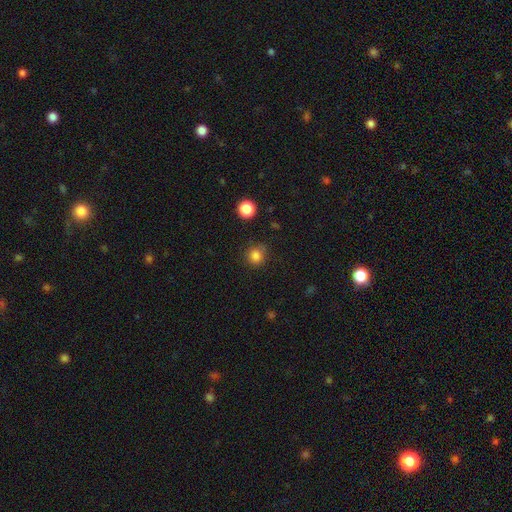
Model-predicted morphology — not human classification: smooth 83%, star or artifact 13%, featured or disk 4%. Down the decision tree: how rounded — round (91%); merging — none (81%).